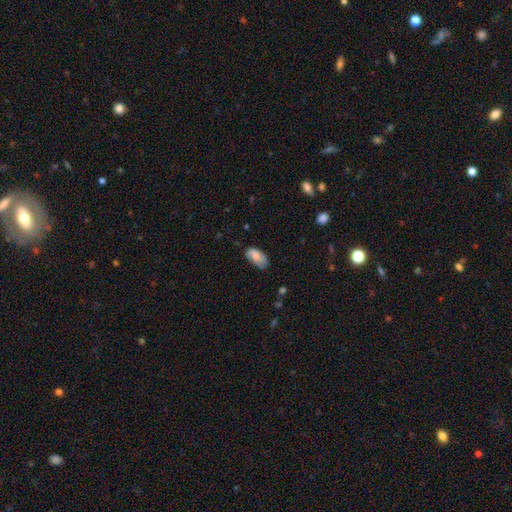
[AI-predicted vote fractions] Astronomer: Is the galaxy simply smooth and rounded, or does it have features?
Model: smooth — 69%.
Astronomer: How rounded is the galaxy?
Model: in between — 93%.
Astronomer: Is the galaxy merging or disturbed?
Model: none — 60%.